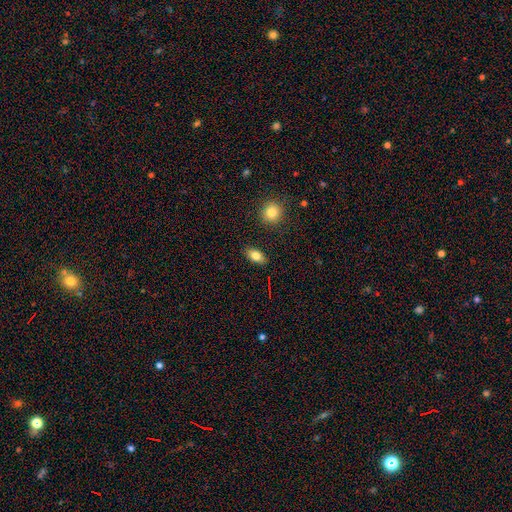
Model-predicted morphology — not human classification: Smooth or featured? smooth (79%)
How rounded? in between (88%)
Merging? none (87%)